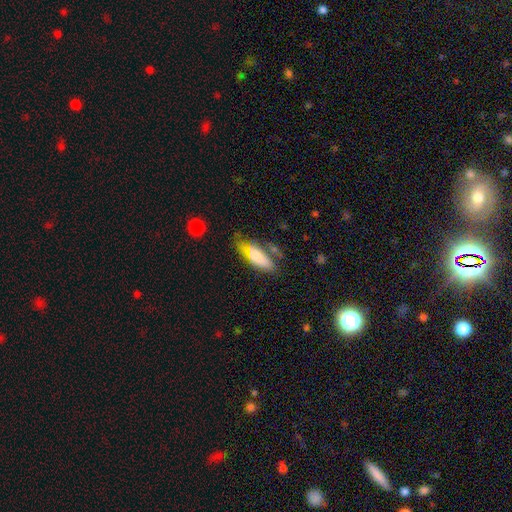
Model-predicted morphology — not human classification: Overall: smooth (71%). How rounded: in between (66%; cigar-shaped 32%). Merging: none (51%; minor disturbance 28%).